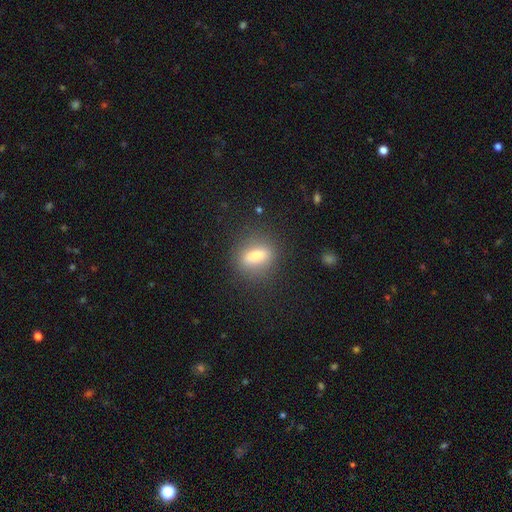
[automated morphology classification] Smooth or featured? Predicted: smooth (p=0.66). How rounded? Predicted: in between (p=0.57). Merging? Predicted: none (p=0.84).